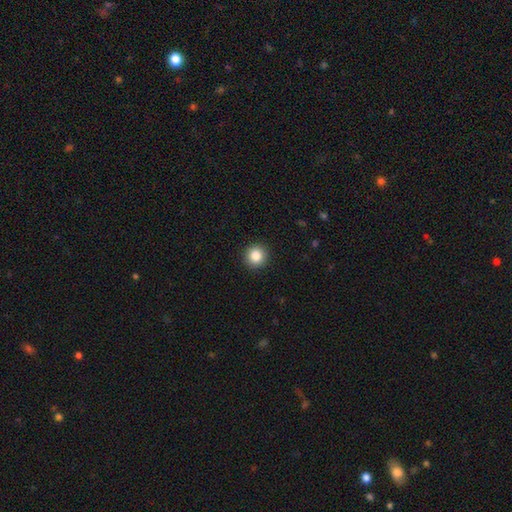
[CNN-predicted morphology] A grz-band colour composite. It shows a smooth galaxy with no disk features (84%) that is round (94%). Merging: none (93%).